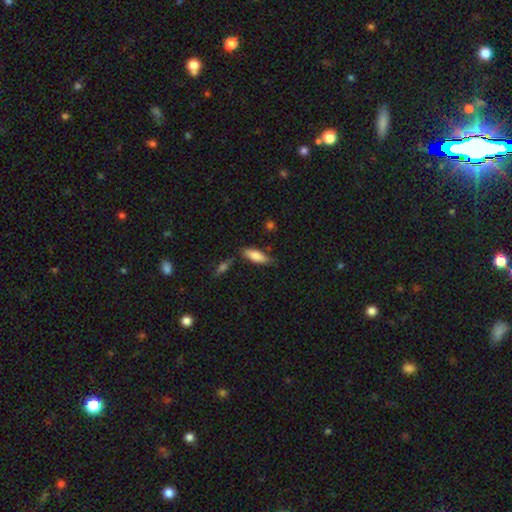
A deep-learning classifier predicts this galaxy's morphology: Overall: smooth (79%). How rounded: in between (61%; cigar-shaped 37%). Merging: none (73%).